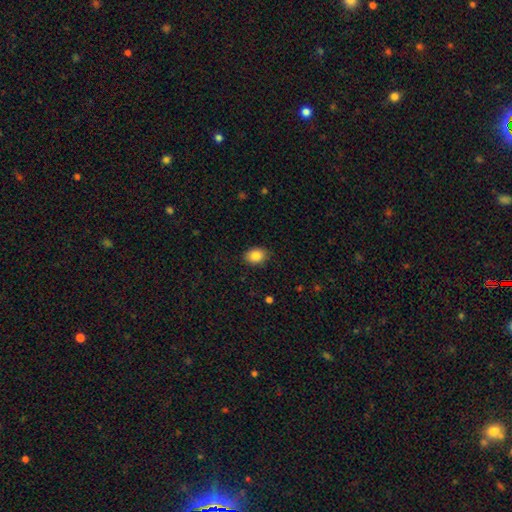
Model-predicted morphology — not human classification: Smooth or featured? Predicted: smooth (p=0.87). How rounded? Predicted: in between (p=0.70). Merging? Predicted: none (p=0.86).